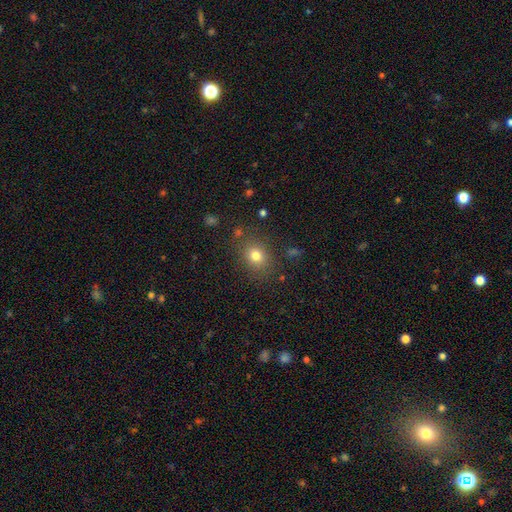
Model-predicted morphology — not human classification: type=smooth (78%); roundness=round (61%); merging=none (83%).